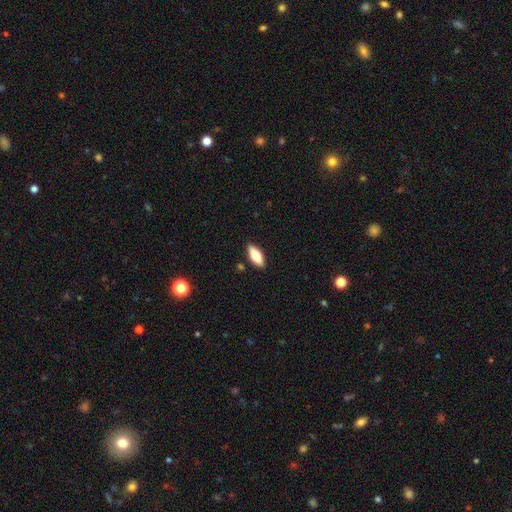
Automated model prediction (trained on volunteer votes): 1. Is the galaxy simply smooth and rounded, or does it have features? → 71% smooth, 22% featured or disk, 6% star or artifact.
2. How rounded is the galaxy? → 75% in between, 22% cigar-shaped, 2% round.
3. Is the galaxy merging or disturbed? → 88% none, 8% minor disturbance, 2% major disturbance, 2% merger.